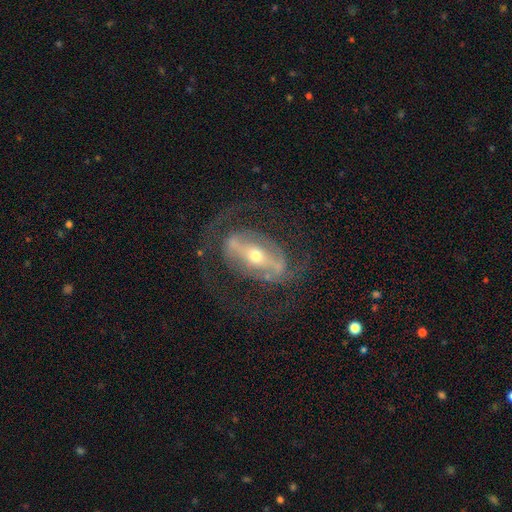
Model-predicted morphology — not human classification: smooth-or-featured: featured or disk: 84% | smooth: 10% | star or artifact: 6%
  disk-edge-on: no: 90% | yes: 10%
    bar: strong: 66% | weak: 21% | no: 13%
    has-spiral-arms: yes: 73% | no: 27%
      spiral-winding: medium: 48% | tight: 26% | loose: 26%
      spiral-arm-count: 2: 79% | can't tell: 11% | 1: 5% | 3: 3% | 4: 1% | more than 4: 1%
    bulge-size: moderate: 49% | small: 46% | large: 3% | dominant: 1% | none: 1%
  merging: none: 65% | major disturbance: 19% | minor disturbance: 14% | merger: 2%